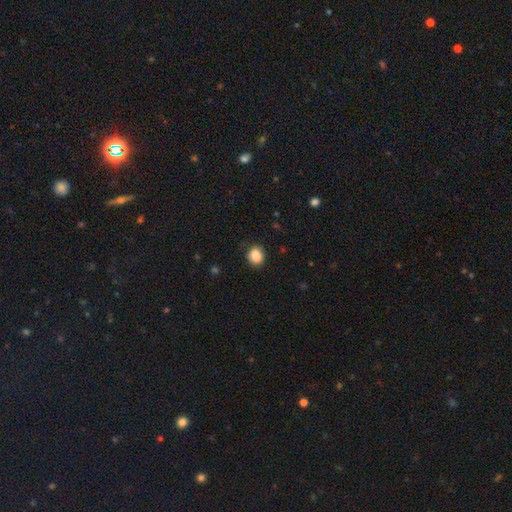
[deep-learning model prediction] smooth_or_featured: smooth (p=0.88) [alt: star or artifact p=0.09]
how_rounded: round (p=0.66) [alt: in between p=0.33]
merging: none (p=0.88) [alt: minor disturbance p=0.09]